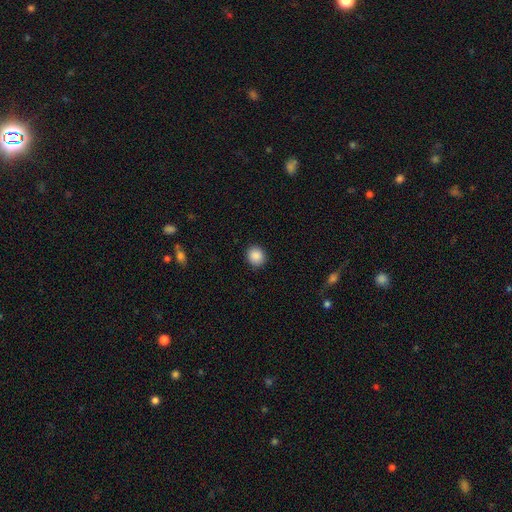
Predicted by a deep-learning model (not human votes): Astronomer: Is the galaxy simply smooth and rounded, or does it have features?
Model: smooth — 89%.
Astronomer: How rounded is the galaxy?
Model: round — 78%.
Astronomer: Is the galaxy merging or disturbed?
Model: none — 90%.